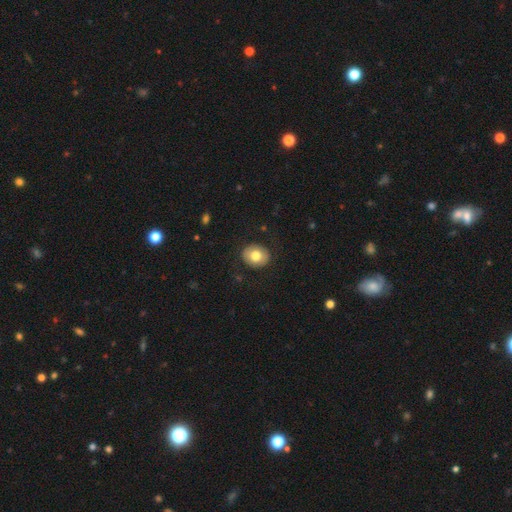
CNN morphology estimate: Smooth or featured? smooth (77%)
How rounded? round (62%)
Merging? none (87%)